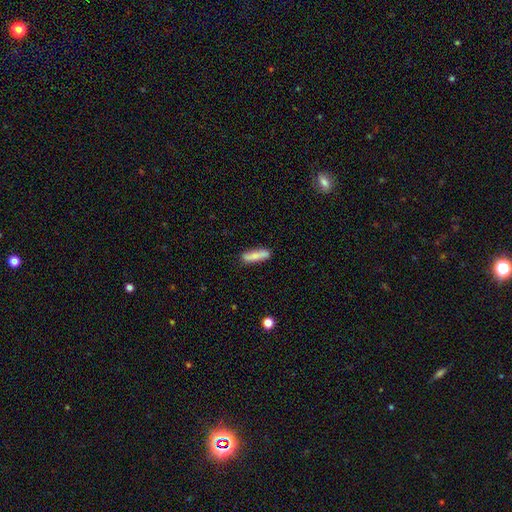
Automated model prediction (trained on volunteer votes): A smooth galaxy with no disk features (77%) that is cigar-shaped (74%).

Vote fractions:
- Smooth or featured? smooth: 77% / featured or disk: 17% / star or artifact: 6%
- How rounded? cigar-shaped: 74% / in between: 24% / round: 2%
- Merging? none: 83% / minor disturbance: 12% / merger: 2% / major disturbance: 2%